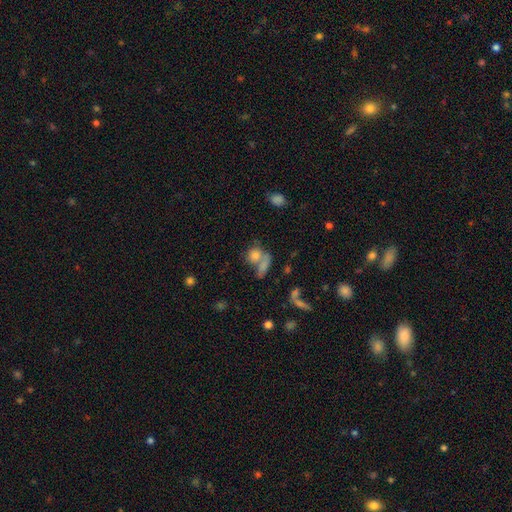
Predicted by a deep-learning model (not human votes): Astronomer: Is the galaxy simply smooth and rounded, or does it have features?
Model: smooth — 76%.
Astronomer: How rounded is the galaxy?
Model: round — 64%.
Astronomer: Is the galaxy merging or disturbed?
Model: none — 41%, tied with merger at 41%.